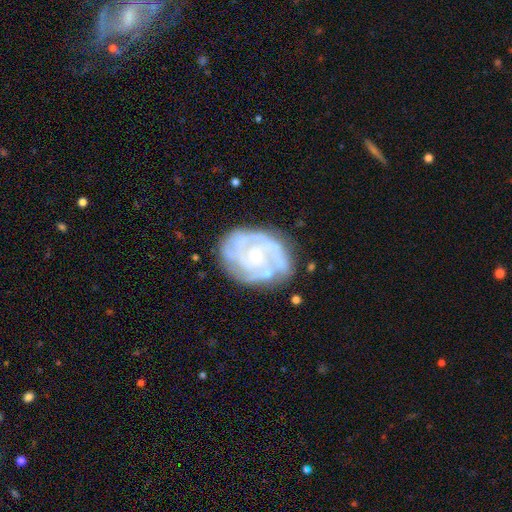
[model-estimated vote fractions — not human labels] The model was most divided on "spiral arm count": can't tell: 31%, 3: 26%, 2: 17%, 4: 15%, more than 4: 6%, 1: 5%. More confident: edge-on disk — no (97%); spiral arms — yes (92%); smooth or featured — featured or disk (84%); bar — no (75%); merging — none (71%); bulge size — small (69%); spiral winding — tight (68%).